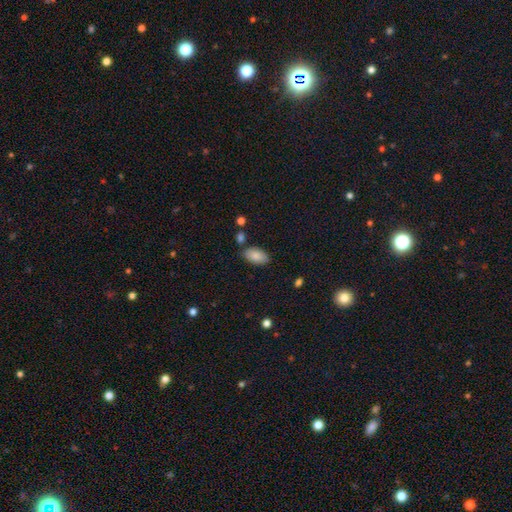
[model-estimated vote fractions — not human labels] This is clearly a smooth galaxy (86%). How rounded: clearly in between (95%). Merging: clearly none (81%).